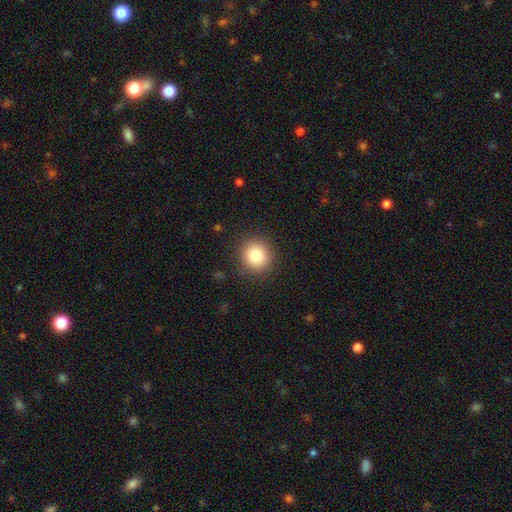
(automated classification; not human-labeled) Smooth or featured?
  - smooth: 84% *
  - star or artifact: 10%
  - featured or disk: 6%
How rounded?
  - round: 91% *
  - in between: 8%
  - cigar-shaped: 1%
Merging?
  - none: 89% *
  - minor disturbance: 7%
  - major disturbance: 3%
  - merger: 1%